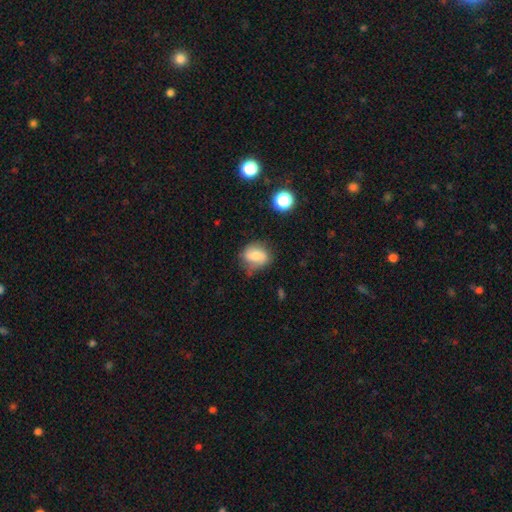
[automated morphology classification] Overall: smooth (61%; featured or disk 28%). How rounded: in between (50%; round 48%). Merging: none (58%; minor disturbance 29%).